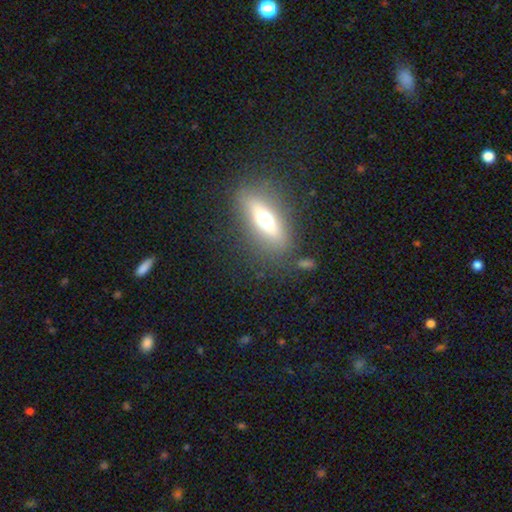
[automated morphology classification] This appears to be a featured or disk galaxy (50%) viewed edge-on (79%). Merging: none (81%).